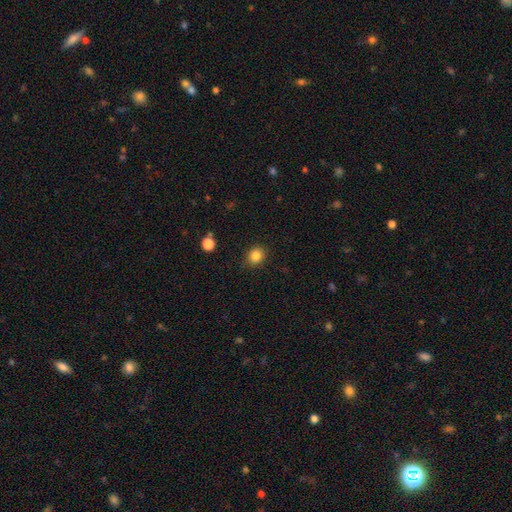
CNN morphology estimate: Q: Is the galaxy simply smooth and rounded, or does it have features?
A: smooth — 85%.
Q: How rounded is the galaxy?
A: round — 75%.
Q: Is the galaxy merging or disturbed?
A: none — 87%.